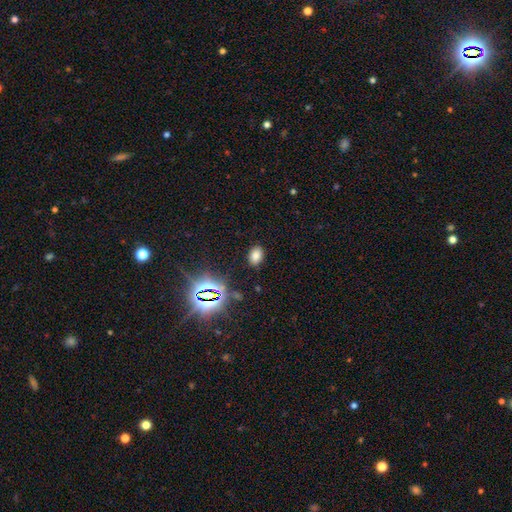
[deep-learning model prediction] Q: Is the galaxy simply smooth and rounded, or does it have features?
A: smooth — 73%.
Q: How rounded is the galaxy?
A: in between — 81%.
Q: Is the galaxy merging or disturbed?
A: none — 86%.